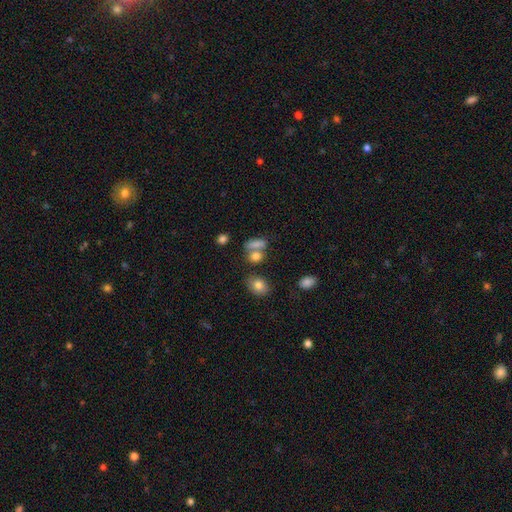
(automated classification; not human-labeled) A smooth galaxy with no disk features (76%) that is in between round and cigar-shaped (63%).

Vote fractions:
- Smooth or featured? smooth: 76% / star or artifact: 13% / featured or disk: 12%
- How rounded? in between: 63% / round: 30% / cigar-shaped: 7%
- Merging? none: 42% / merger: 39% / minor disturbance: 12% / major disturbance: 7%